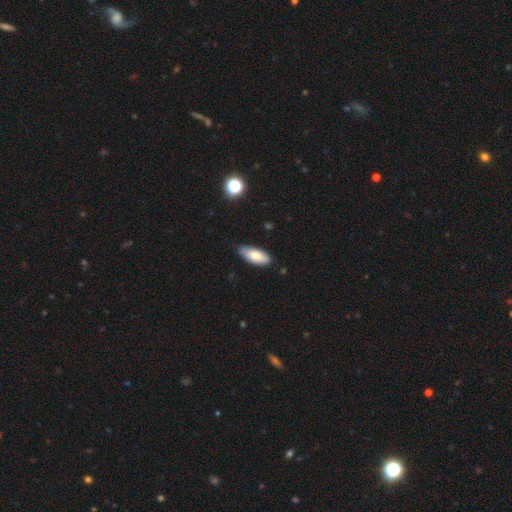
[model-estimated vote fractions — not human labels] Smooth or featured?
  - smooth: 80% *
  - featured or disk: 14%
  - star or artifact: 6%
How rounded?
  - in between: 83% *
  - cigar-shaped: 15%
  - round: 2%
Merging?
  - none: 82% *
  - minor disturbance: 14%
  - major disturbance: 2%
  - merger: 1%